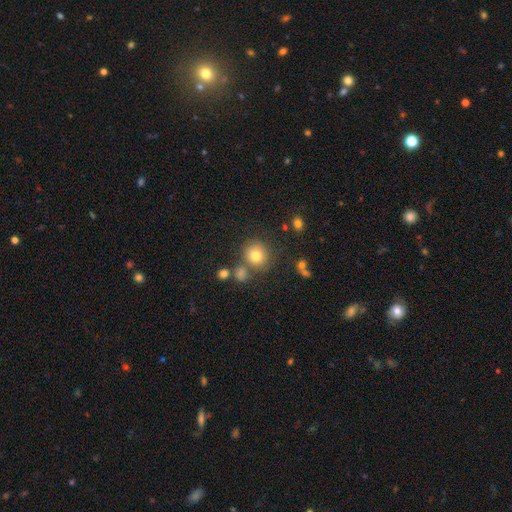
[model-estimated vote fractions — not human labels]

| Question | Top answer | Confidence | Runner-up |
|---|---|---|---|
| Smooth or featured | smooth | 79% | star or artifact (12%) |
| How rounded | round | 87% | in between (12%) |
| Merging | none | 72% | merger (12%) |